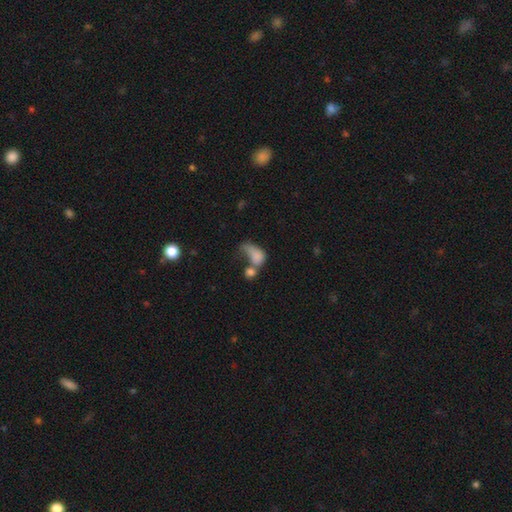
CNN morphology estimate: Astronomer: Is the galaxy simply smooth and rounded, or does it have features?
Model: smooth — 72%.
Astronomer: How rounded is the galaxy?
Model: in between — 76%.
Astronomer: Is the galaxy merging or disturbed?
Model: merger — 48% (runner-up: major disturbance, 28%).